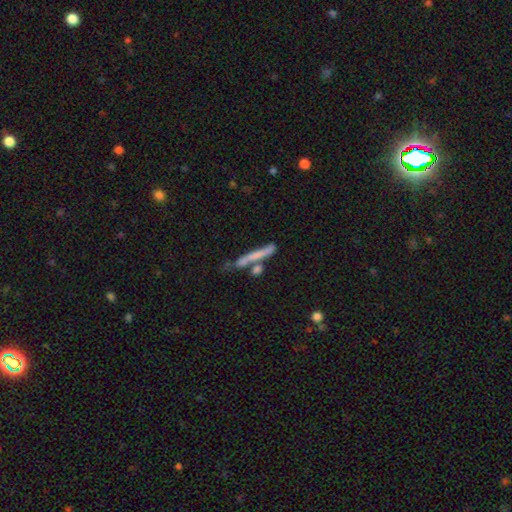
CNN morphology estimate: The model was most divided on "smooth or featured": smooth: 56%, featured or disk: 36%, star or artifact: 9%. More confident: how rounded — cigar-shaped (91%); merging — none (55%).